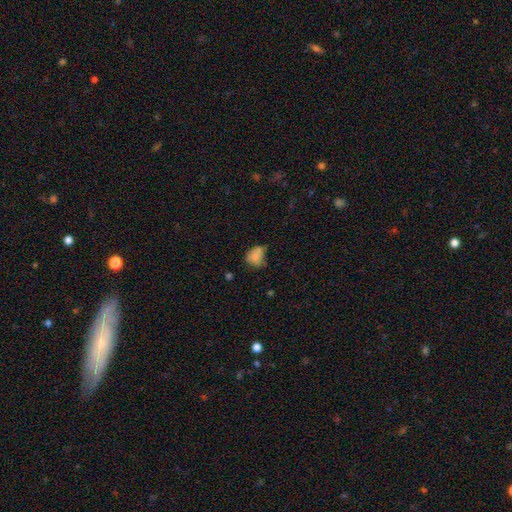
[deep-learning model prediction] Morphology: type=smooth (74%); roundness=in between (58%); merging=none (40%).